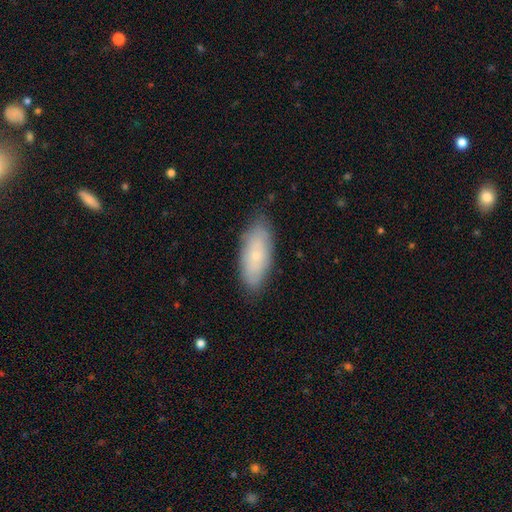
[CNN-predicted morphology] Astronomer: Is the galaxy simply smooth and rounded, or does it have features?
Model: smooth — 61%.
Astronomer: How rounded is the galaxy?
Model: in between — 83%.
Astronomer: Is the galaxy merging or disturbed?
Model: none — 80%.